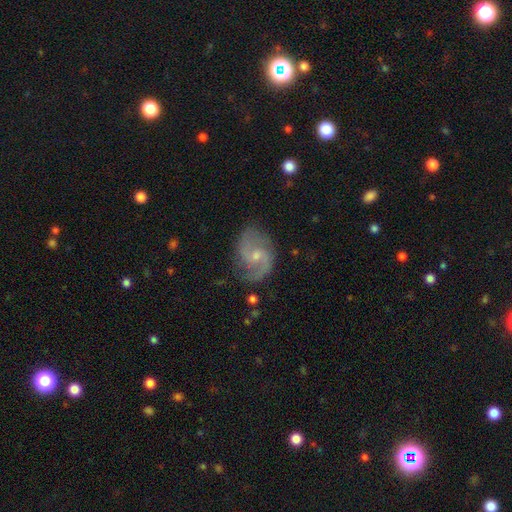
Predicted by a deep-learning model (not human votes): This is clearly a featured or disk galaxy (85%). It is clearly not viewed edge-on (98%). Bar: possibly weak (47%). Spiral arm pattern: clearly yes (96%). Spiral arm count: clearly 2 (89%). Spiral winding: possibly medium (52%). Central bulge: possibly small (56%). Merging: likely none (75%).